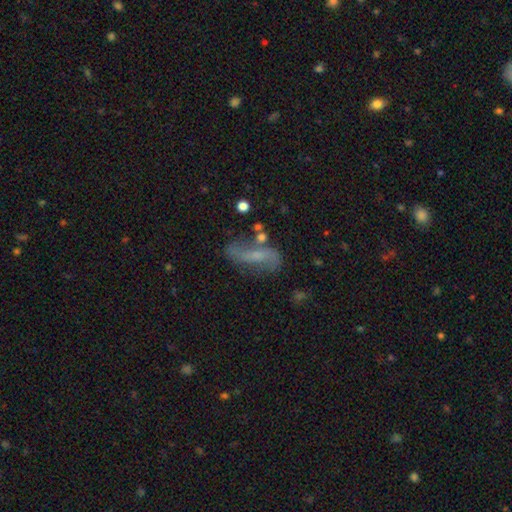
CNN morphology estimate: A featured or disk galaxy (61%) with a weak bar (37%), spiral arms (78%) and a small central bulge (45%). Merging: none (58%).